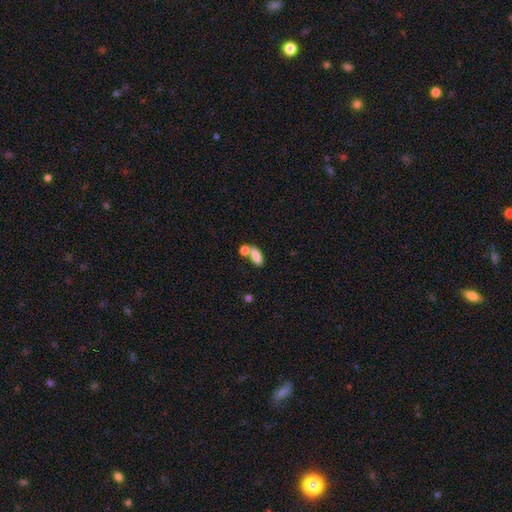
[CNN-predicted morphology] smooth_or_featured: smooth (p=0.83) [alt: featured or disk p=0.09]
how_rounded: in between (p=0.76) [alt: cigar-shaped p=0.19]
merging: none (p=0.49) [alt: merger p=0.35]